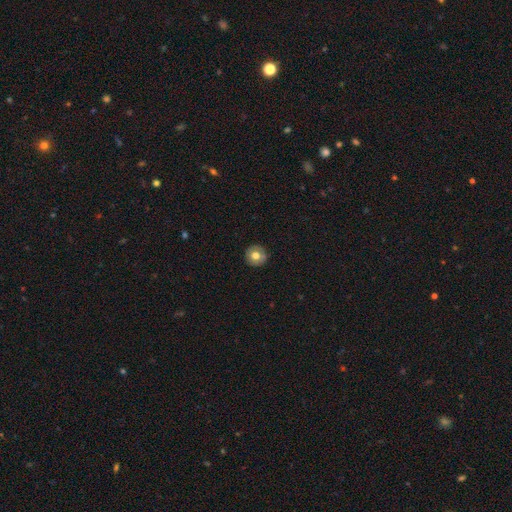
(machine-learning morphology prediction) Smooth or featured?
  - smooth: 71% *
  - featured or disk: 20%
  - star or artifact: 9%
How rounded?
  - round: 95% *
  - in between: 4%
  - cigar-shaped: 1%
Merging?
  - none: 90% *
  - minor disturbance: 7%
  - major disturbance: 2%
  - merger: 1%